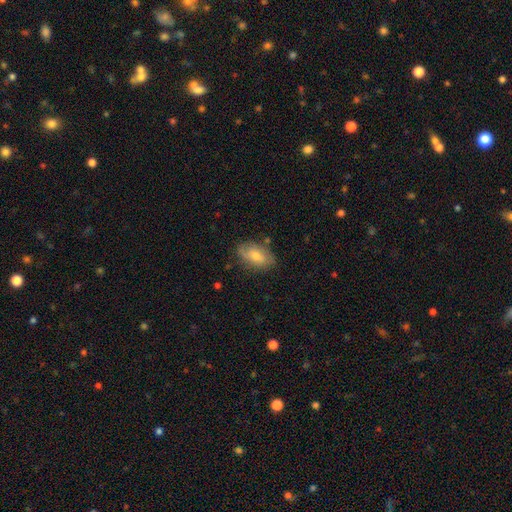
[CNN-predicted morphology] Smooth or featured? Predicted: smooth (p=0.60). How rounded? Predicted: in between (p=0.89). Merging? Predicted: none (p=0.76).